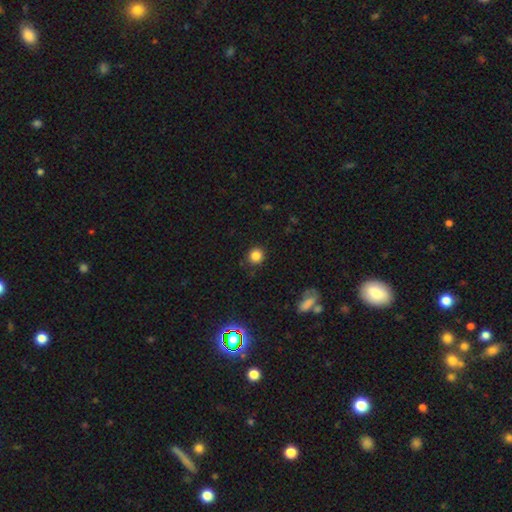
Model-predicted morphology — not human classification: Overall: smooth (83%). How rounded: round (90%). Merging: none (89%).